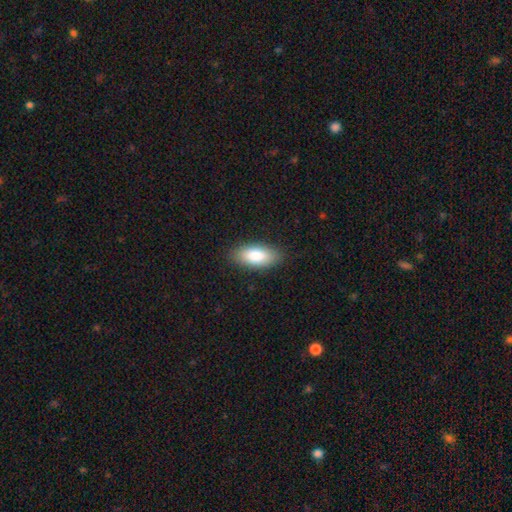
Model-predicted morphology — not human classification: Smooth or featured: smooth — 85% (featured or disk — 9%)
How rounded: in between — 87% (cigar-shaped — 11%)
Merging: none — 87% (minor disturbance — 10%)